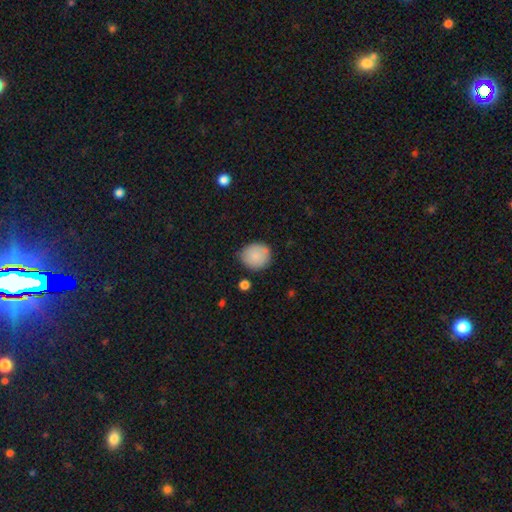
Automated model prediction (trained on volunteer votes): Q: Smooth or featured?
A: smooth (86%); runner-up: star or artifact (7%)
Q: How rounded?
A: round (78%); runner-up: in between (21%)
Q: Merging?
A: none (74%); runner-up: minor disturbance (19%)